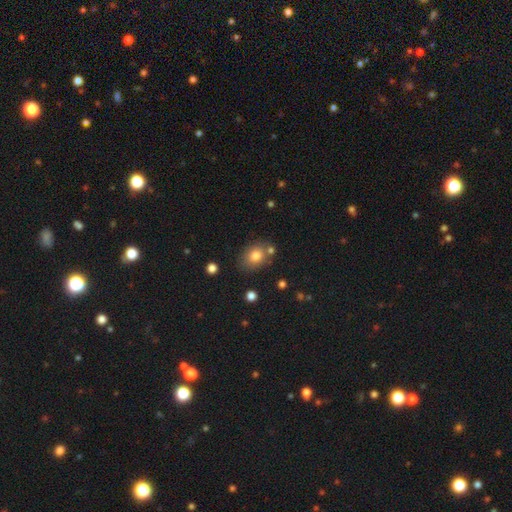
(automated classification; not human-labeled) Overall: smooth (80%). How rounded: in between (59%; round 40%). Merging: none (73%).